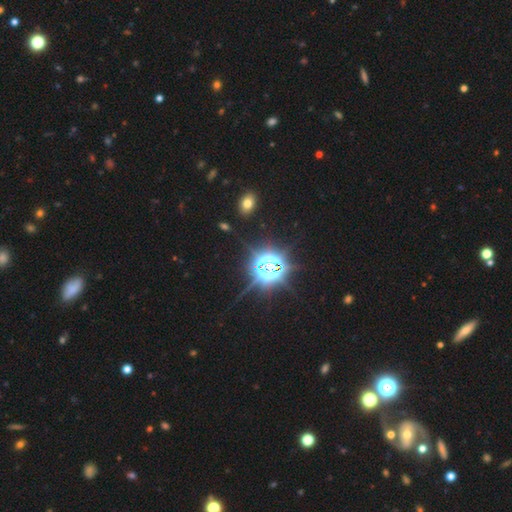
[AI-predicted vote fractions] Overall: star or artifact (82%).